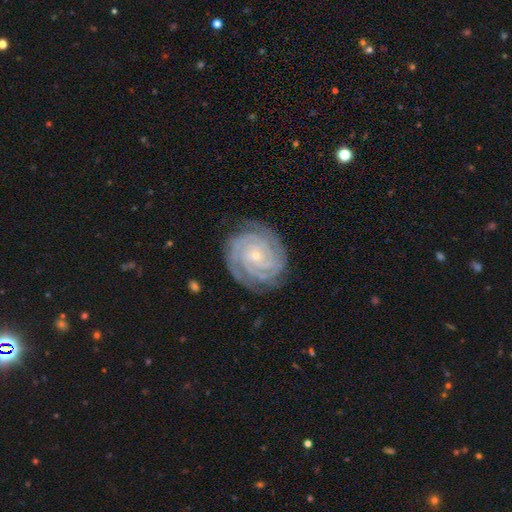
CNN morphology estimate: Smooth or featured?
  - featured or disk: 89% *
  - star or artifact: 6%
  - smooth: 5%
Edge-on disk?
  - no: 98% *
  - yes: 2%
Bar?
  - no: 75% *
  - weak: 17%
  - strong: 7%
Spiral arms?
  - yes: 98% *
  - no: 2%
Spiral winding?
  - tight: 86% *
  - medium: 12%
  - loose: 2%
Spiral arm count?
  - 4: 26% *
  - 3: 23%
  - can't tell: 17%
  - 2: 16%
  - more than 4: 10%
  - 1: 8%
Bulge size?
  - small: 83% *
  - moderate: 14%
  - none: 1%
  - large: 1%
  - dominant: 1%
Merging?
  - none: 82% *
  - minor disturbance: 13%
  - major disturbance: 4%
  - merger: 1%